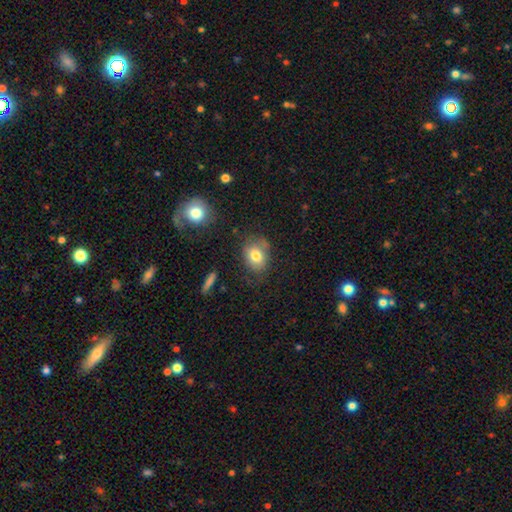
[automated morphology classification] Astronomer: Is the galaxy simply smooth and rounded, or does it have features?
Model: smooth — 78%.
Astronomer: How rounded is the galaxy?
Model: in between — 58% (runner-up: round, 40%).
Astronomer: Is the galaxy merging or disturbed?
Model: none — 69%.